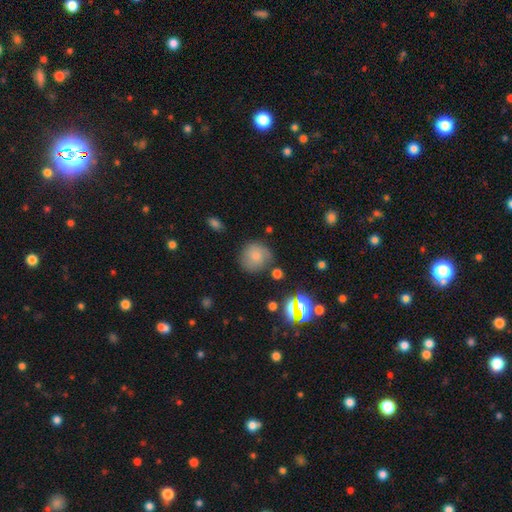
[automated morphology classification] Q: Smooth or featured?
A: smooth (70%); runner-up: featured or disk (18%)
Q: How rounded?
A: round (89%); runner-up: in between (10%)
Q: Merging?
A: none (72%); runner-up: minor disturbance (18%)